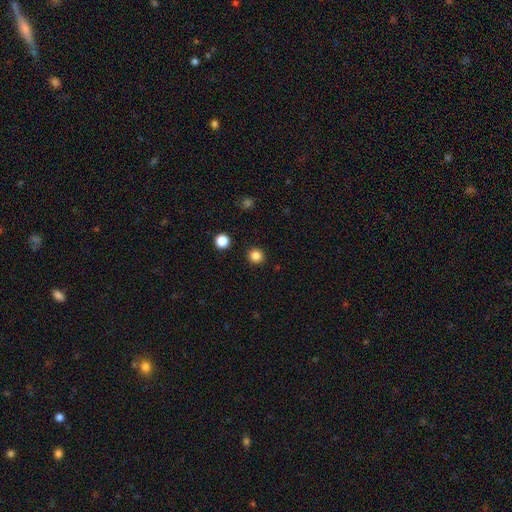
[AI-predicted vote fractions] smooth 84%, star or artifact 13%, featured or disk 4%. Down the decision tree: how rounded — round (95%); merging — none (93%).